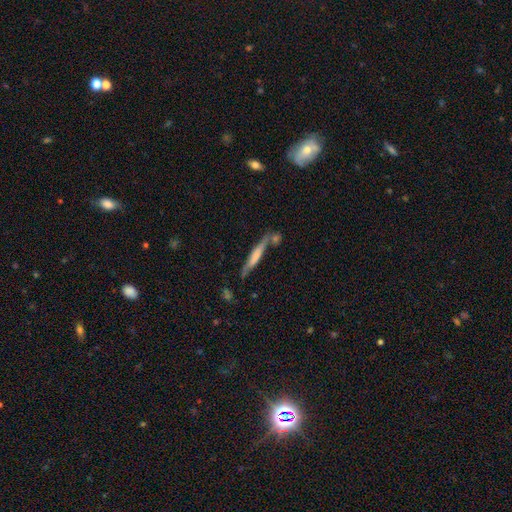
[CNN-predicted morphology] Smooth or featured? Predicted: smooth (p=0.51). How rounded? Predicted: cigar-shaped (p=0.93). Merging? Predicted: none (p=0.63).